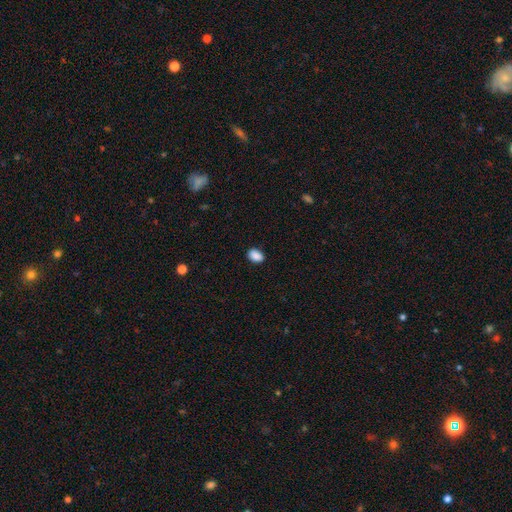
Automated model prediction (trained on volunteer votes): smooth_or_featured: smooth (p=0.89) [alt: star or artifact p=0.08]
how_rounded: in between (p=0.82) [alt: round p=0.17]
merging: none (p=0.85) [alt: minor disturbance p=0.11]